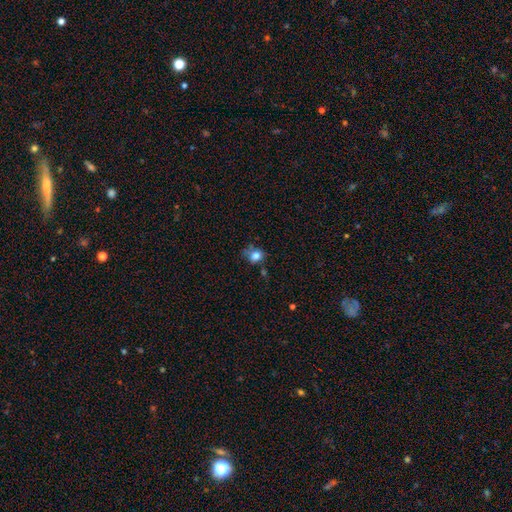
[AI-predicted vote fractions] Smooth or featured? smooth (80%)
How rounded? round (63%)
Merging? none (54%)